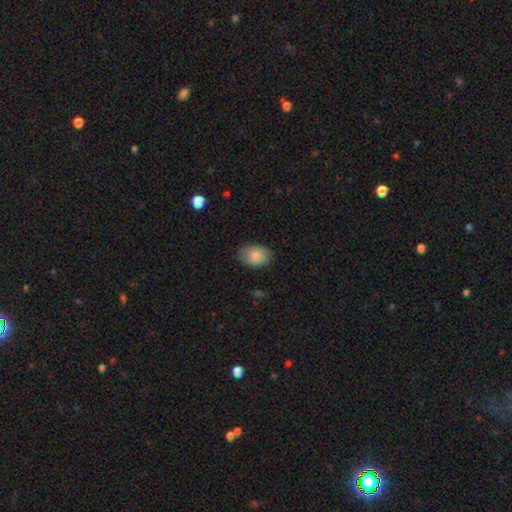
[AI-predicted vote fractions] The model was most divided on "how rounded": in between: 81%, round: 18%, cigar-shaped: 1%. More confident: smooth or featured — smooth (85%); merging — none (81%).